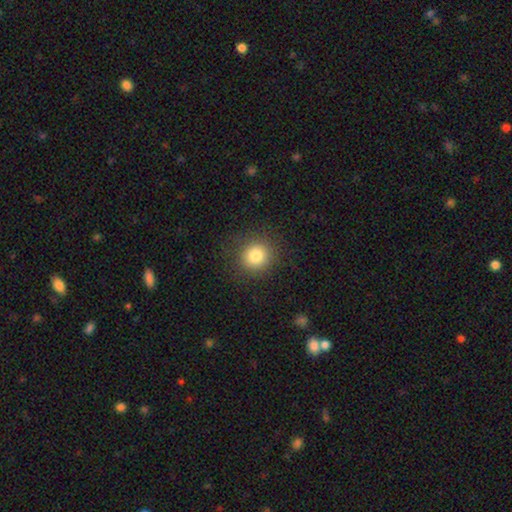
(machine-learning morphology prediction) Smooth or featured? smooth (82%)
How rounded? round (91%)
Merging? none (88%)